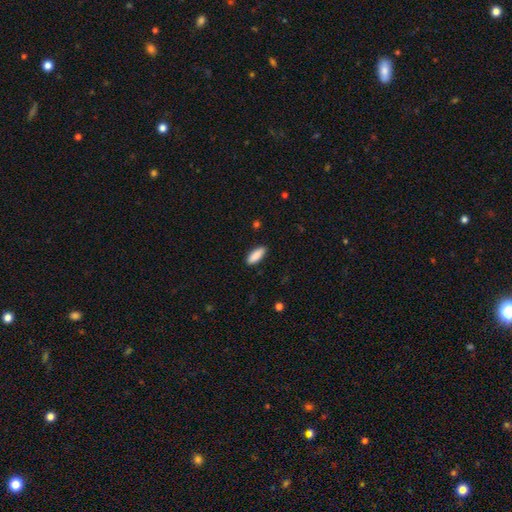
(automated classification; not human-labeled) Smooth or featured? smooth (89%)
How rounded? in between (72%)
Merging? none (88%)